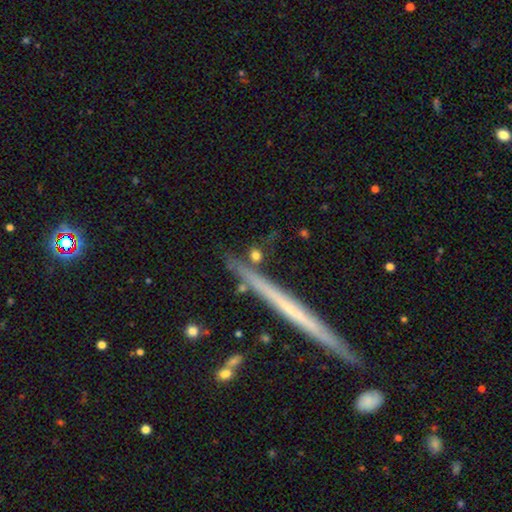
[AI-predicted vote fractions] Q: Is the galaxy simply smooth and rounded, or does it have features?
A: smooth — 68%.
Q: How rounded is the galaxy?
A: round — 56%.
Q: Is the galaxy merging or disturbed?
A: none — 74%.